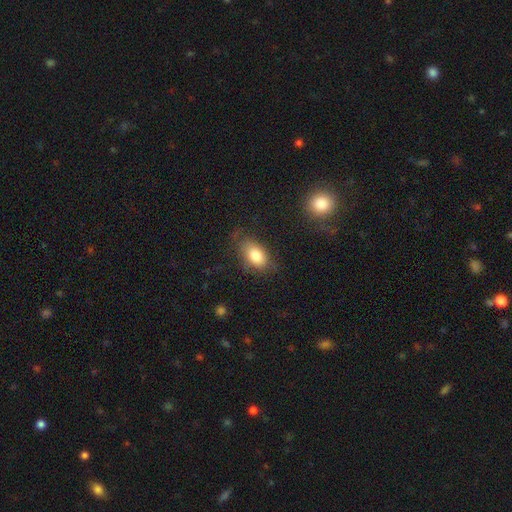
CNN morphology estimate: Smooth or featured? Predicted: smooth (p=0.80). How rounded? Predicted: in between (p=0.89). Merging? Predicted: none (p=0.68).